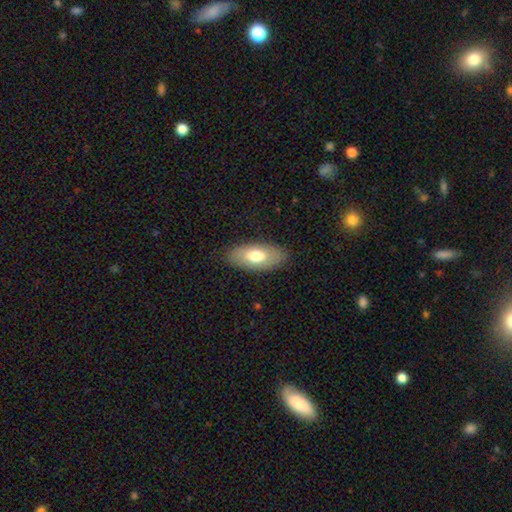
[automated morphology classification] Smooth or featured? Predicted: smooth (p=0.69). How rounded? Predicted: in between (p=0.90). Merging? Predicted: none (p=0.85).